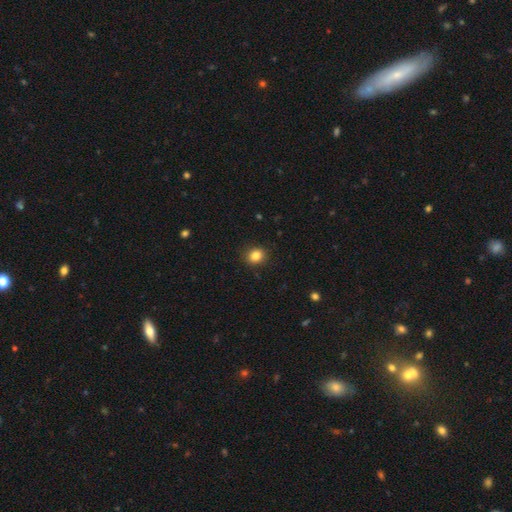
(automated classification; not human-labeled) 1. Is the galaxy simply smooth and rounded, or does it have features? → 85% smooth, 11% star or artifact, 4% featured or disk.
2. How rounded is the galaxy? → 70% round, 30% in between, 1% cigar-shaped.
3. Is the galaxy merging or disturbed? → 89% none, 8% minor disturbance, 2% major disturbance, 1% merger.